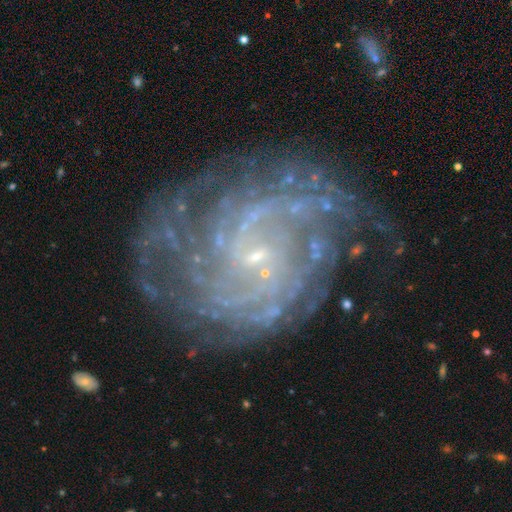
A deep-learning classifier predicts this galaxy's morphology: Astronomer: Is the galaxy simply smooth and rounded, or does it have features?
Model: featured or disk — 88%.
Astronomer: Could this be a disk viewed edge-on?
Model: no — 98%.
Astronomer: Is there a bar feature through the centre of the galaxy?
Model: no — 58% (runner-up: weak, 34%).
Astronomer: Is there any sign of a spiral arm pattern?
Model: yes — 96%.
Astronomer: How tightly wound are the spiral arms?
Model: tight — 58% (runner-up: medium, 33%).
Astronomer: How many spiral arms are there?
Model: can't tell — 30% (runner-up: 2, 18%).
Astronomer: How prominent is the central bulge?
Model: small — 85%.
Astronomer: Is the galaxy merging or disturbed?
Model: none — 69%.